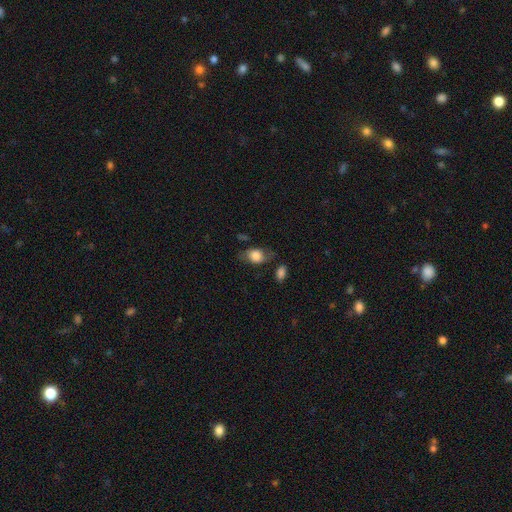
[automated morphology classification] A smooth galaxy with no disk features (68%) that is in between round and cigar-shaped (75%).

Vote fractions:
- Smooth or featured? smooth: 68% / featured or disk: 24% / star or artifact: 8%
- How rounded? in between: 75% / round: 22% / cigar-shaped: 3%
- Merging? none: 60% / minor disturbance: 24% / major disturbance: 11% / merger: 5%